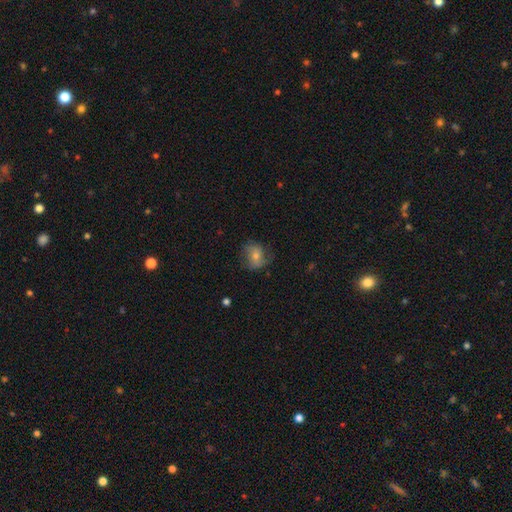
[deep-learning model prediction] Q: Smooth or featured?
A: smooth (44%); runner-up: featured or disk (43%)
Q: Merging?
A: none (69%); runner-up: minor disturbance (20%)